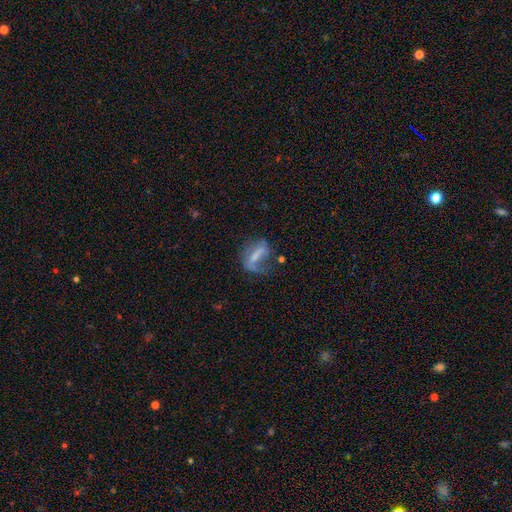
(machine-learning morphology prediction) smooth_or_featured: featured or disk (p=0.49) [alt: smooth p=0.40]
merging: major disturbance (p=0.36) [alt: none p=0.35]